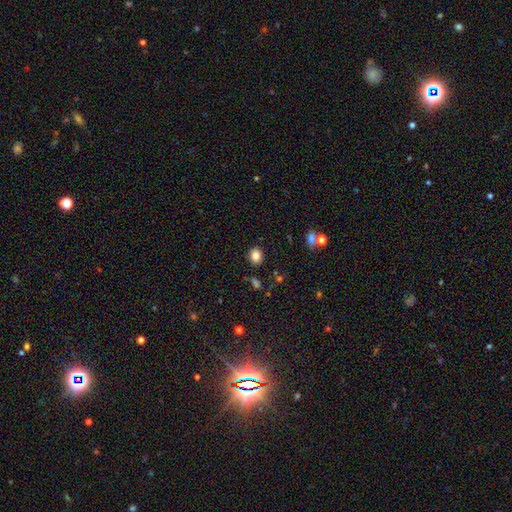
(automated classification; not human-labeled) Smooth or featured? Predicted: smooth (p=0.84). How rounded? Predicted: round (p=0.55). Merging? Predicted: none (p=0.86).